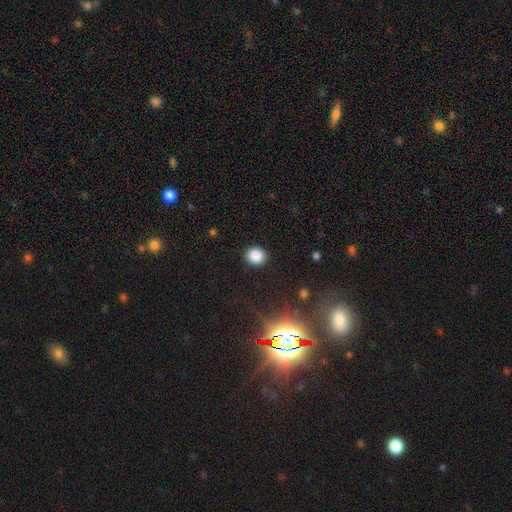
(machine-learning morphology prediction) Overall: smooth (85%). How rounded: round (75%). Merging: none (90%).